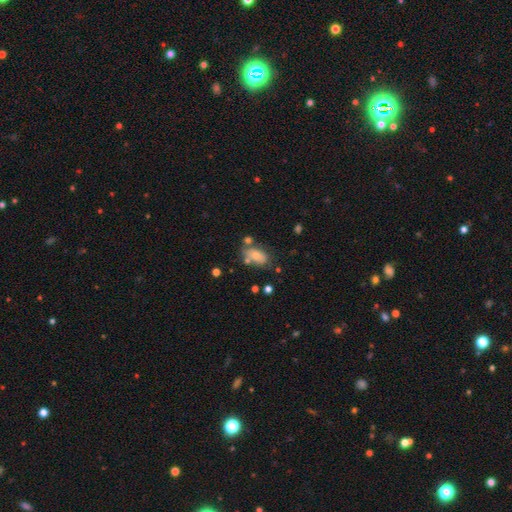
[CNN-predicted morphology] Smooth or featured? Predicted: smooth (p=0.70). How rounded? Predicted: in between (p=0.89). Merging? Predicted: none (p=0.53).